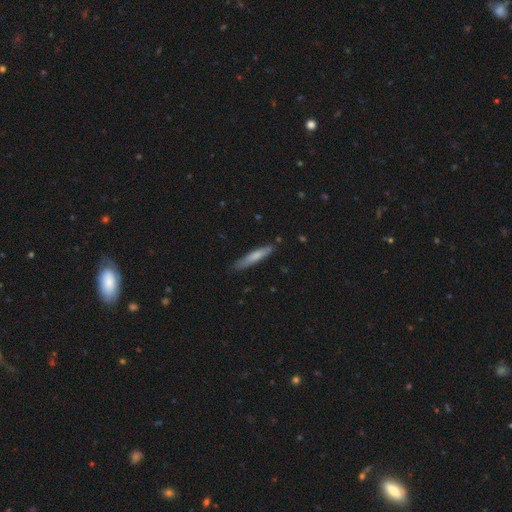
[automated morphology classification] smooth-or-featured: smooth: 70% | featured or disk: 25% | star or artifact: 5%
  how-rounded: cigar-shaped: 91% | in between: 8% | round: 1%
  merging: none: 83% | minor disturbance: 13% | major disturbance: 2% | merger: 2%